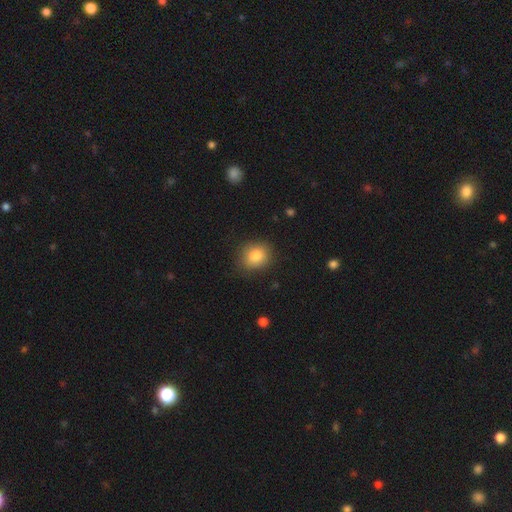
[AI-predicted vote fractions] This appears to be a smooth galaxy with no disk features (83%) that is round (70%). Merging: none (84%).